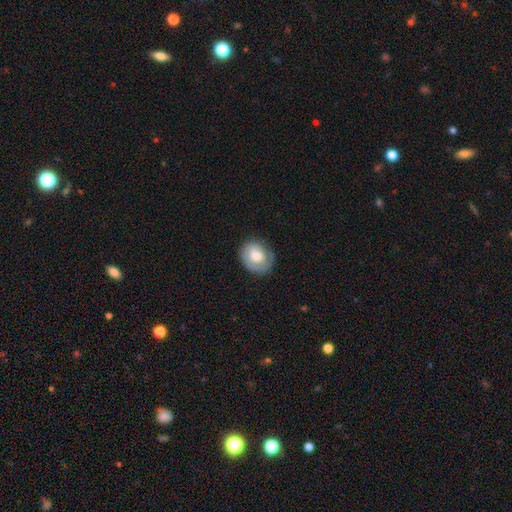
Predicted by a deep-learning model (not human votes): Smooth or featured? Predicted: smooth (p=0.58). How rounded? Predicted: round (p=0.61). Merging? Predicted: none (p=0.74).